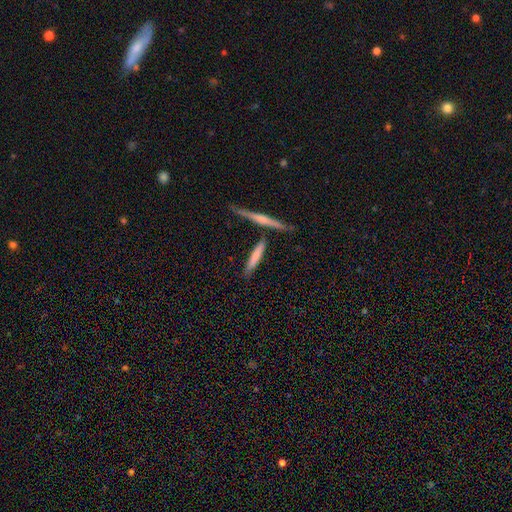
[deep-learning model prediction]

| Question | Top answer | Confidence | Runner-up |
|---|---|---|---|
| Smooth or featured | smooth | 65% | featured or disk (29%) |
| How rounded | cigar-shaped | 91% | in between (7%) |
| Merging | none | 74% | merger (12%) |